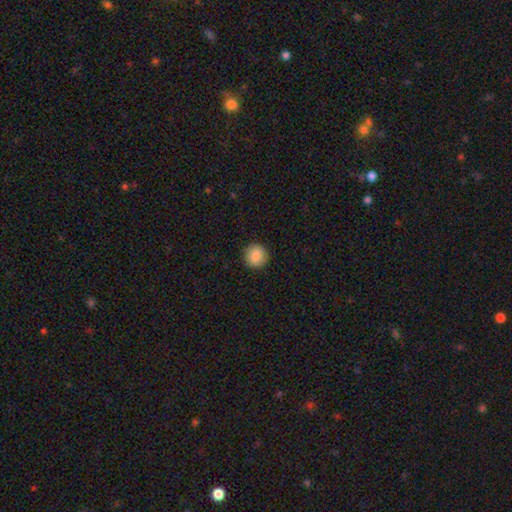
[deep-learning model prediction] Overall: smooth (88%). How rounded: round (94%). Merging: none (92%).